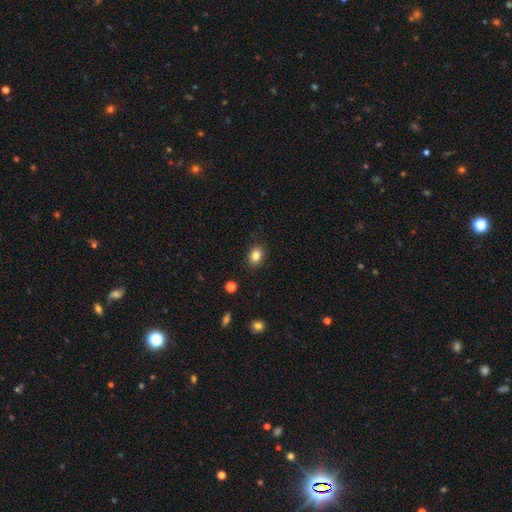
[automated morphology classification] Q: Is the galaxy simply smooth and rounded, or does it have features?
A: smooth — 83%.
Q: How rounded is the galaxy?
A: in between — 64%.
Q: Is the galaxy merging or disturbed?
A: none — 86%.